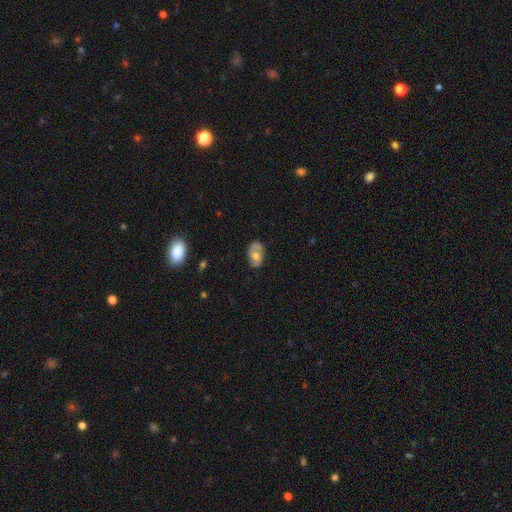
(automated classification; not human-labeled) smooth_or_featured: featured or disk (p=0.53) [alt: smooth p=0.40]
disk_edge_on: no (p=0.93) [alt: yes p=0.07]
merging: none (p=0.75) [alt: minor disturbance p=0.18]